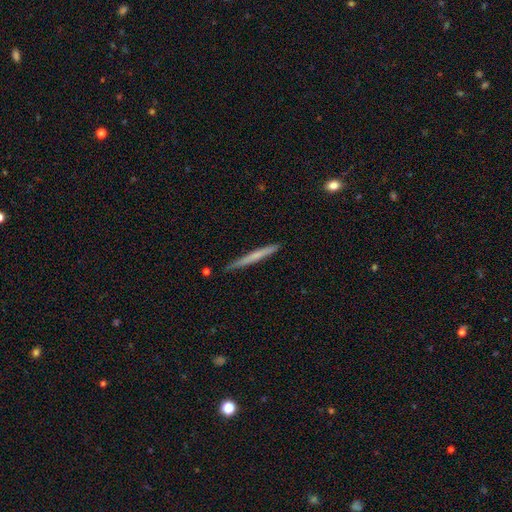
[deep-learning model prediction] Overall: smooth (53%; featured or disk 41%). How rounded: cigar-shaped (97%). Merging: none (88%).